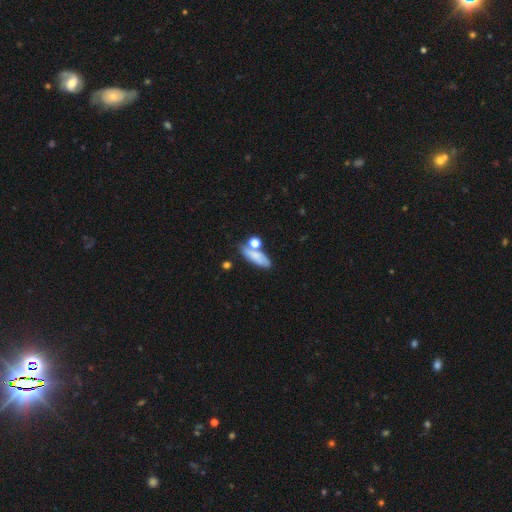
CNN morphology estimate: Smooth or featured? Predicted: smooth (p=0.74). How rounded? Predicted: in between (p=0.58). Merging? Predicted: none (p=0.55).